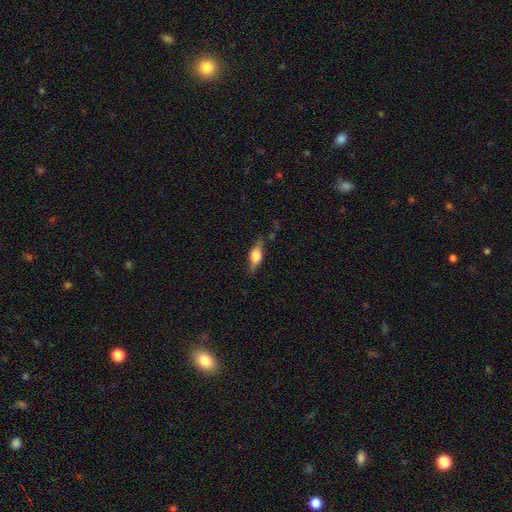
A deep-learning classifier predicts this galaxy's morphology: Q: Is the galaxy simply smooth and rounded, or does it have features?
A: featured or disk — 54%.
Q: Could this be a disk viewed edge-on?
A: yes — 93%.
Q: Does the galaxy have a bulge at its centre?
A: rounded — 89%.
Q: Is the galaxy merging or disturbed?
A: none — 76%.